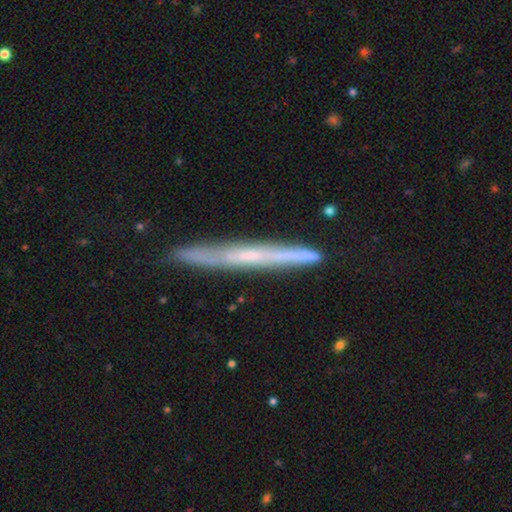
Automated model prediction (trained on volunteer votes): The model was most divided on "smooth or featured": featured or disk: 63%, smooth: 30%, star or artifact: 7%. More confident: edge-on disk — yes (94%); merging — none (85%); edge-on bulge — none (72%).